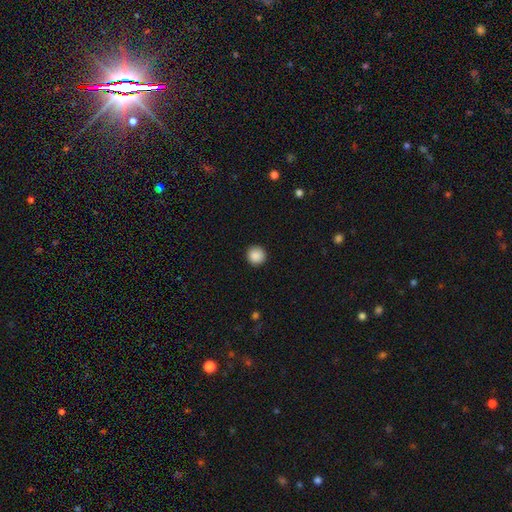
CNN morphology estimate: Smooth or featured: smooth — 89% (star or artifact — 9%)
How rounded: round — 94% (in between — 5%)
Merging: none — 92% (minor disturbance — 5%)